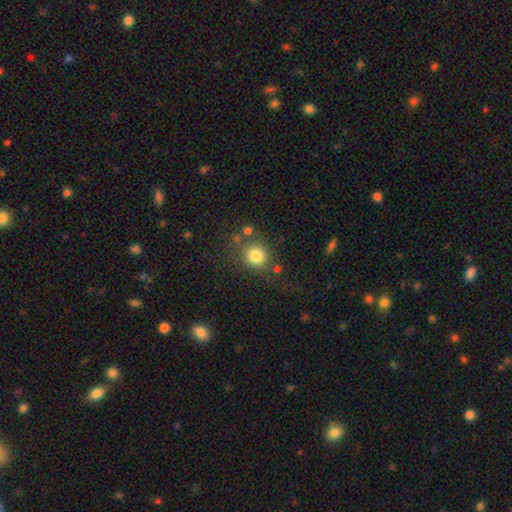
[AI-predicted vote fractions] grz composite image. It shows a smooth galaxy with no disk features (82%) that is round (88%). Merging: none (76%).